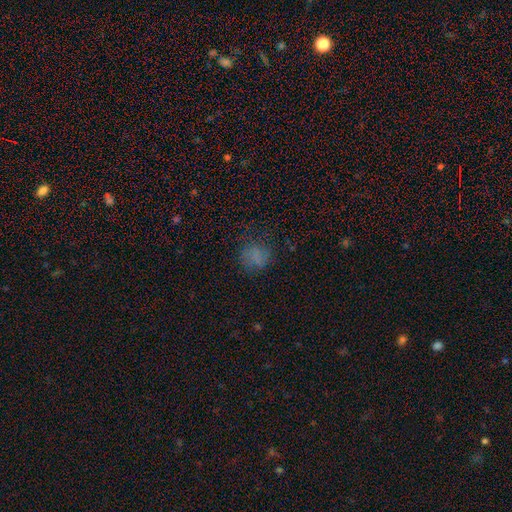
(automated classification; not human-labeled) A smooth galaxy with no disk features (71%) that is round (79%). Merging: none (73%).